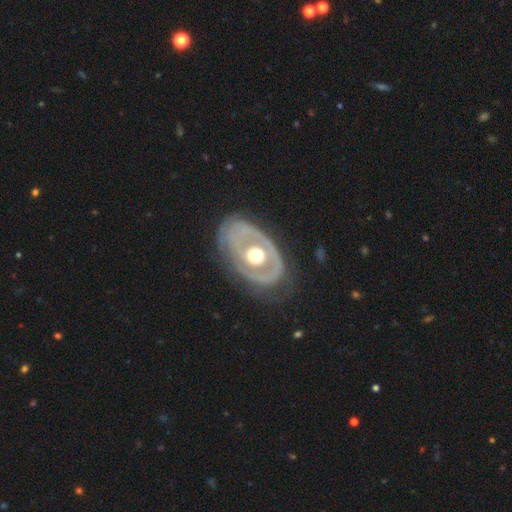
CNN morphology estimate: This appears to be a featured or disk galaxy (76%) with no bar (84%), no spiral arms (54%) and a moderate central bulge (66%). Merging: none (65%).